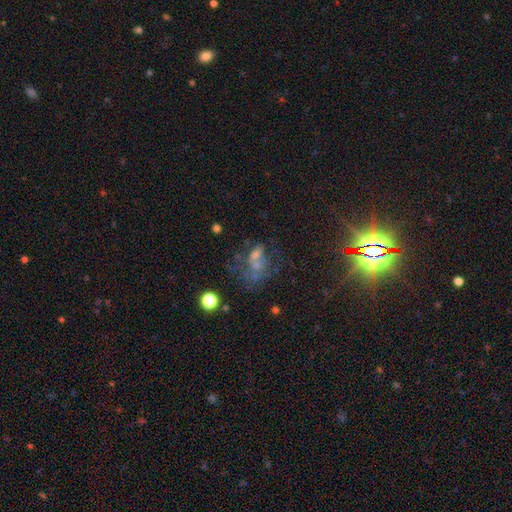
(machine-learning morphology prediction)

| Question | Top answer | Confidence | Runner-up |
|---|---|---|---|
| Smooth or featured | featured or disk | 38% | star or artifact (36%) |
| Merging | none | 31% | major disturbance (30%) |